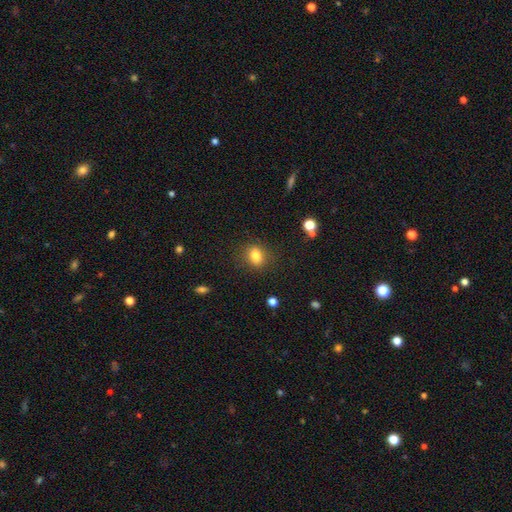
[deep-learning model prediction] Smooth or featured?
  - smooth: 81% *
  - star or artifact: 10%
  - featured or disk: 8%
How rounded?
  - in between: 61% *
  - round: 38%
  - cigar-shaped: 2%
Merging?
  - none: 84% *
  - minor disturbance: 11%
  - major disturbance: 4%
  - merger: 1%